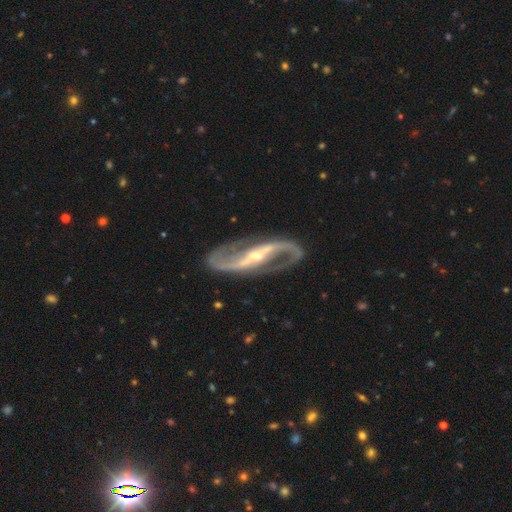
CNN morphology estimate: smooth-or-featured: featured or disk: 93% | star or artifact: 4% | smooth: 3%
  disk-edge-on: no: 95% | yes: 5%
    bar: strong: 66% | weak: 22% | no: 12%
    has-spiral-arms: yes: 98% | no: 2%
      spiral-winding: medium: 46% | loose: 41% | tight: 13%
      spiral-arm-count: 2: 95% | can't tell: 1% | 1: 1% | 3: 1% | 4: 1% | more than 4: 1%
    bulge-size: small: 55% | moderate: 40% | large: 2% | none: 1% | dominant: 1%
  merging: none: 85% | minor disturbance: 10% | major disturbance: 4% | merger: 2%